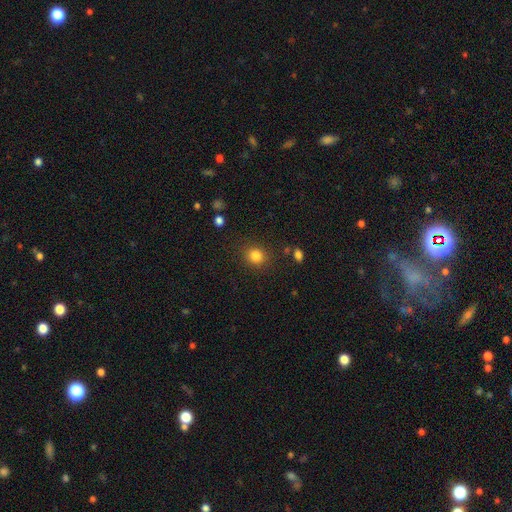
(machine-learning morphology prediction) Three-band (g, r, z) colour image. It shows a smooth galaxy with no disk features (84%) that is round (82%). Merging: none (86%).